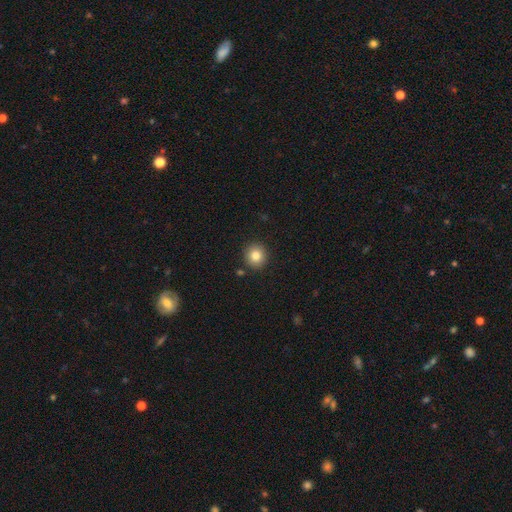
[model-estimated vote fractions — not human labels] Smooth or featured? Predicted: smooth (p=0.82). How rounded? Predicted: round (p=0.91). Merging? Predicted: none (p=0.89).